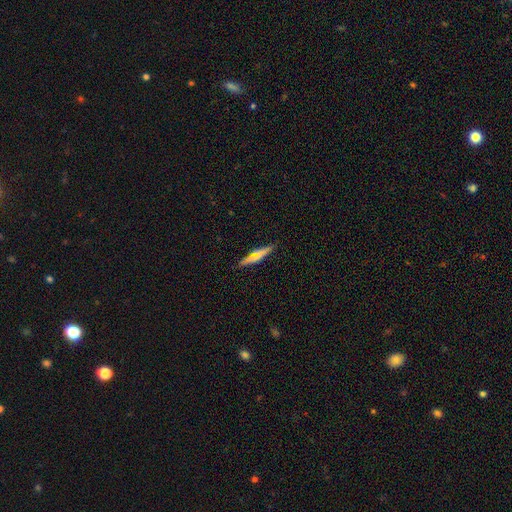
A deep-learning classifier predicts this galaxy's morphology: This appears to be a smooth galaxy with no disk features (58%) that is cigar-shaped (87%). Merging: none (83%).